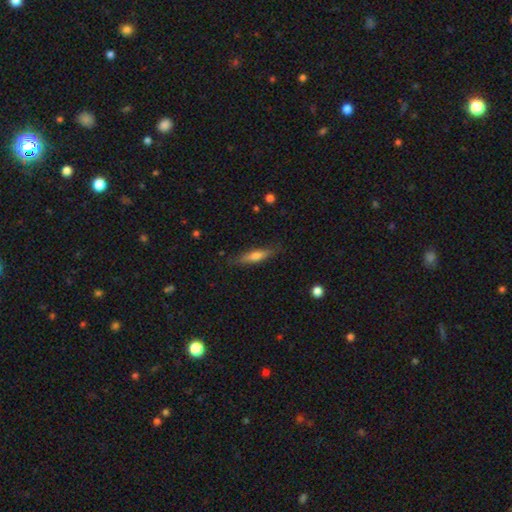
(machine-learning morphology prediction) smooth 65%, featured or disk 29%, star or artifact 6%. Down the decision tree: how rounded — cigar-shaped (75%); merging — none (82%).